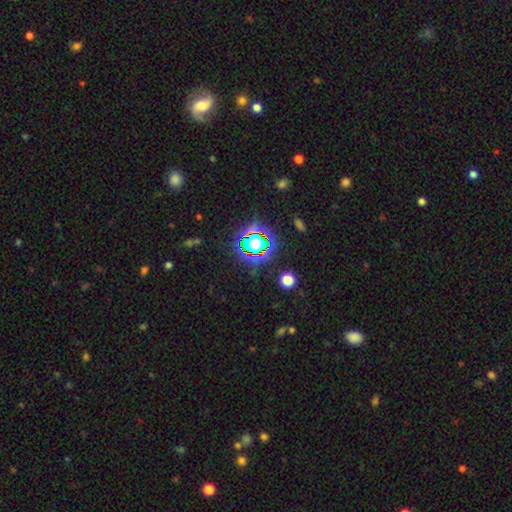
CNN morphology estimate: Smooth or featured: star or artifact — 77% (smooth — 14%)